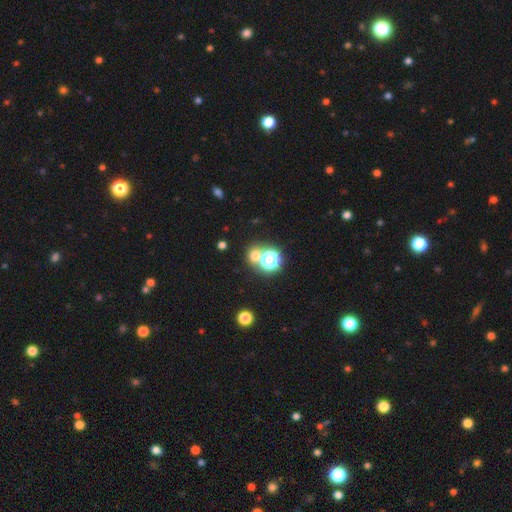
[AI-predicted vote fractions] A smooth galaxy with no disk features (60%) that is round (81%).

Vote fractions:
- Smooth or featured? smooth: 60% / star or artifact: 32% / featured or disk: 8%
- How rounded? round: 81% / in between: 18% / cigar-shaped: 1%
- Merging? none: 62% / merger: 27% / minor disturbance: 8% / major disturbance: 4%